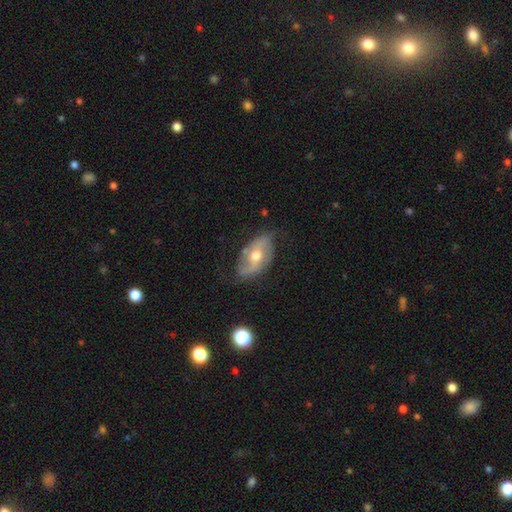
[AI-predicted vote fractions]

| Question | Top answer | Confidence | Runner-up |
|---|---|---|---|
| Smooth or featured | featured or disk | 71% | smooth (22%) |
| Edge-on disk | no | 93% | yes (7%) |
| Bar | no | 42% | weak (38%) |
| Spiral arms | yes | 81% | no (19%) |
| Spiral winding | loose | 51% | medium (34%) |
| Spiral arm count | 2 | 84% | can't tell (9%) |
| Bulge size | moderate | 74% | small (18%) |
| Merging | none | 66% | minor disturbance (24%) |